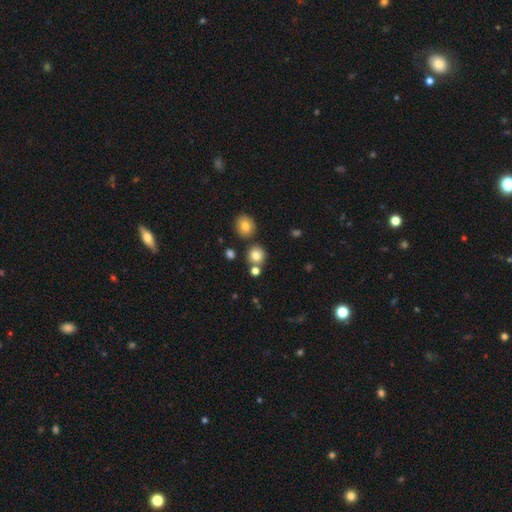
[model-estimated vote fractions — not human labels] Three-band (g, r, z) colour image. It shows a smooth galaxy with no disk features (80%) that is round (88%). Merging: none (73%).